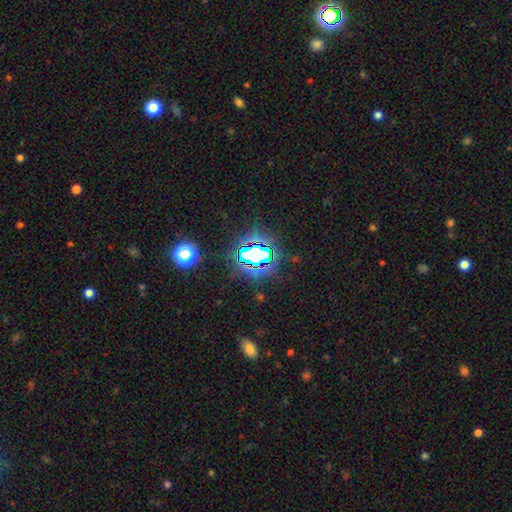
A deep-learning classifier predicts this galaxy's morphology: Smooth or featured?
  - star or artifact: 67% *
  - smooth: 21%
  - featured or disk: 12%